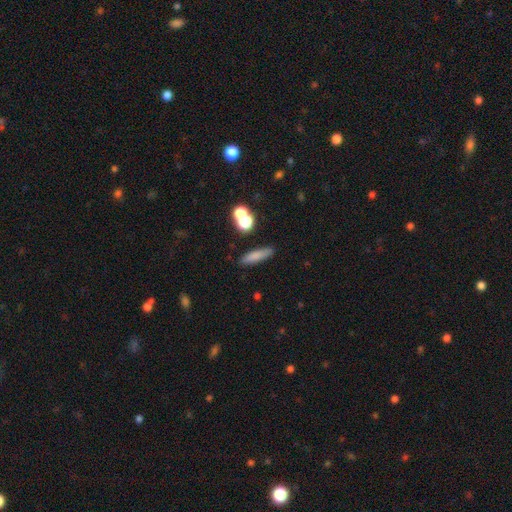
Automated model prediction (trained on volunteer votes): This appears to be a smooth galaxy with no disk features (76%) that is cigar-shaped (71%). Merging: none (81%).